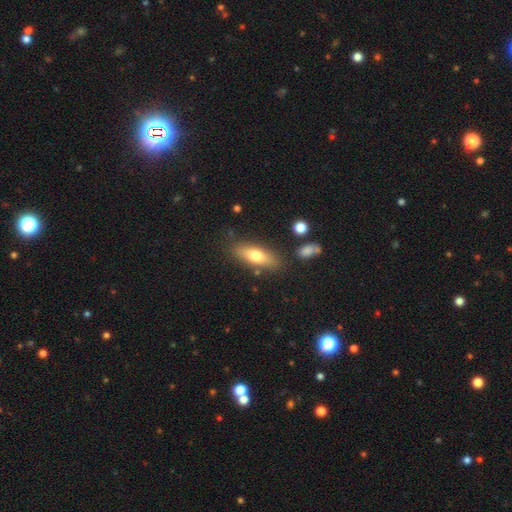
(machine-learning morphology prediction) Q: Smooth or featured?
A: smooth (68%); runner-up: featured or disk (25%)
Q: How rounded?
A: in between (62%); runner-up: cigar-shaped (35%)
Q: Merging?
A: none (80%); runner-up: minor disturbance (13%)